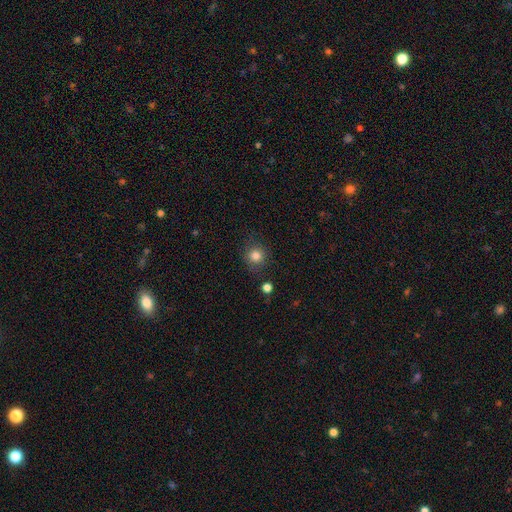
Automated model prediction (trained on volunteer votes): Smooth or featured?
  - smooth: 82% *
  - star or artifact: 11%
  - featured or disk: 6%
How rounded?
  - round: 90% *
  - in between: 9%
  - cigar-shaped: 1%
Merging?
  - none: 83% *
  - minor disturbance: 11%
  - major disturbance: 4%
  - merger: 3%